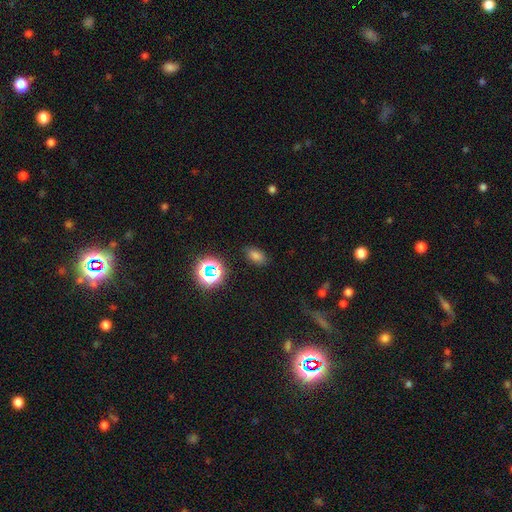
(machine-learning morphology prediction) Smooth or featured? smooth (69%)
How rounded? in between (86%)
Merging? none (84%)